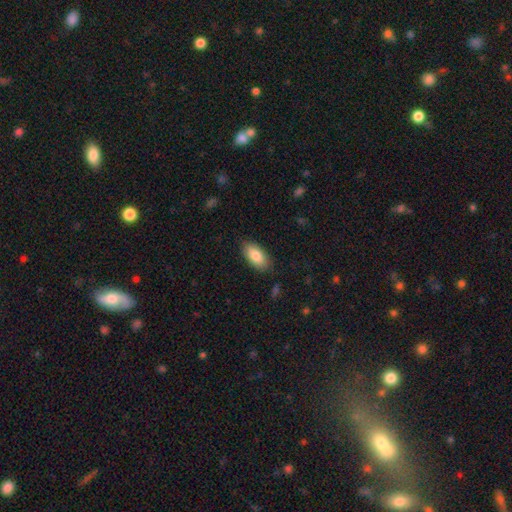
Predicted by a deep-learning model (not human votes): This appears to be a smooth galaxy with no disk features (83%) that is in between round and cigar-shaped (92%). Merging: none (85%).